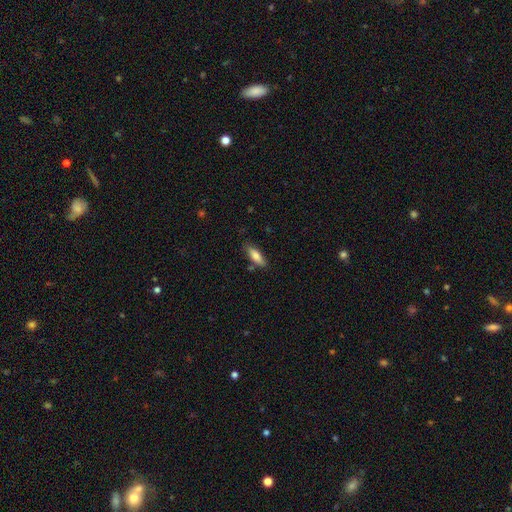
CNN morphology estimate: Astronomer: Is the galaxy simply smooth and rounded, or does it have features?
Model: smooth — 78%.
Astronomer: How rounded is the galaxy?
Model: in between — 50% (runner-up: cigar-shaped, 48%).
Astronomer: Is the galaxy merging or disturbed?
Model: none — 79%.